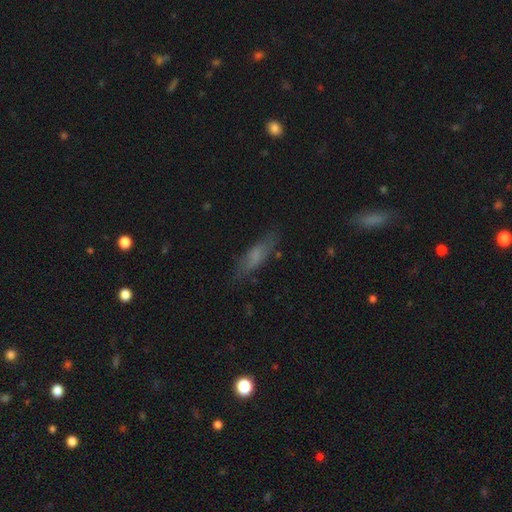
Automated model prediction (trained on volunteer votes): smooth 62%, featured or disk 27%, star or artifact 11%. Down the decision tree: how rounded — cigar-shaped (62%); merging — none (75%).